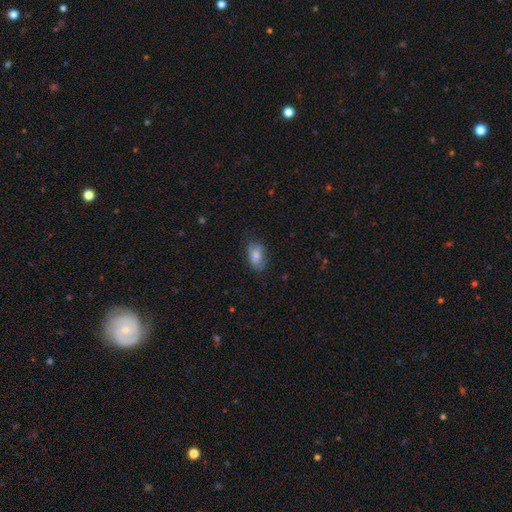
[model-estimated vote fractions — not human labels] Smooth or featured? smooth (73%)
How rounded? in between (91%)
Merging? none (65%)